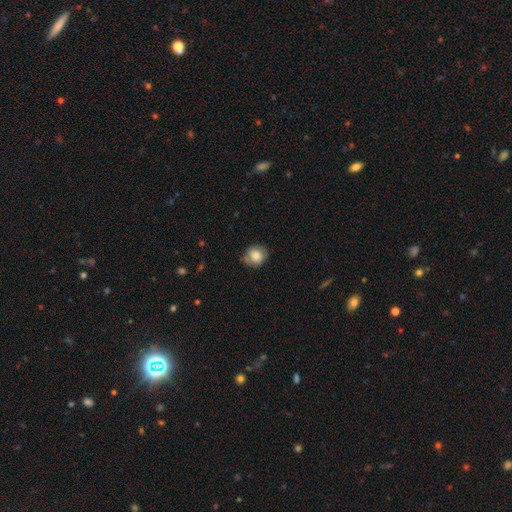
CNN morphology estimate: Overall: smooth (78%). How rounded: round (79%). Merging: none (70%).